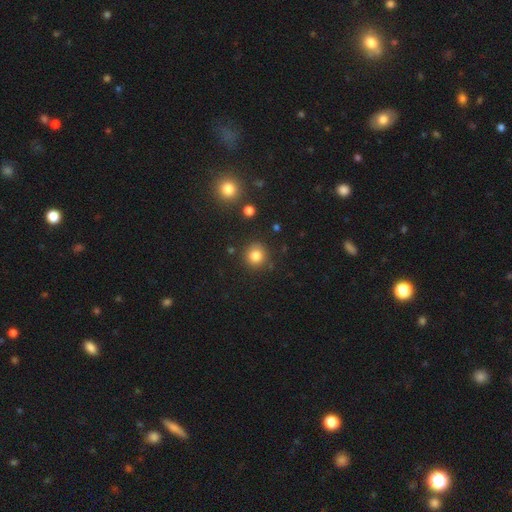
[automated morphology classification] Smooth or featured? Predicted: smooth (p=0.82). How rounded? Predicted: round (p=0.90). Merging? Predicted: none (p=0.86).